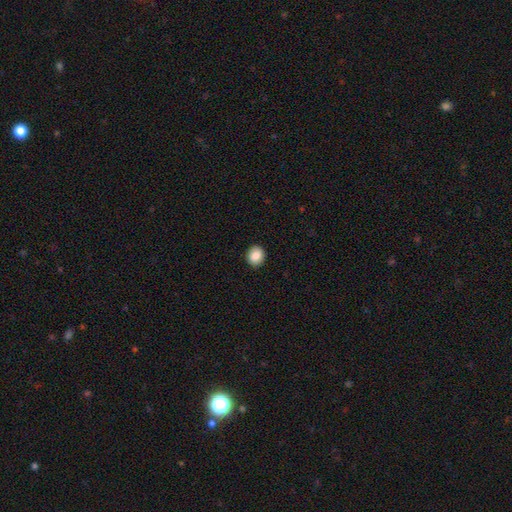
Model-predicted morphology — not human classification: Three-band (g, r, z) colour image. It shows a smooth galaxy with no disk features (87%) that is round (73%). Merging: none (92%).